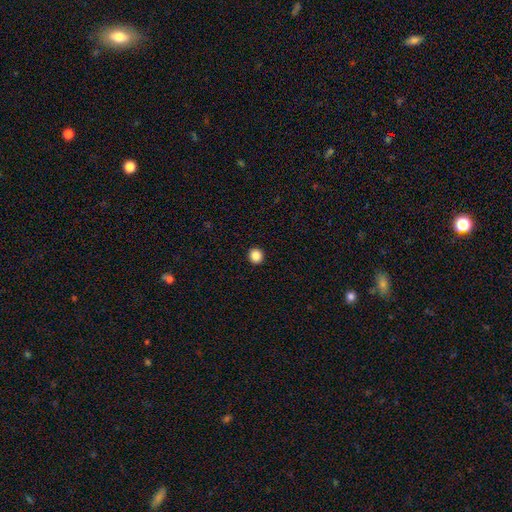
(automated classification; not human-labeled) This appears to be a smooth galaxy with no disk features (87%) that is round (94%). Merging: none (94%).